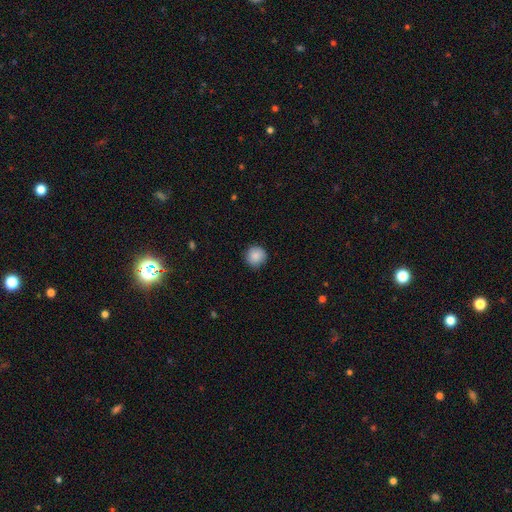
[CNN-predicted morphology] Smooth or featured: smooth — 88% (star or artifact — 8%)
How rounded: round — 94% (in between — 5%)
Merging: none — 88% (minor disturbance — 9%)